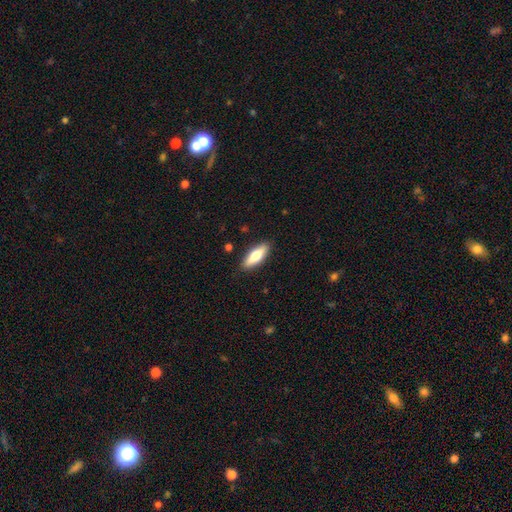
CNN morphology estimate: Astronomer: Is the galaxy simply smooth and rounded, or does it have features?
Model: smooth — 71%.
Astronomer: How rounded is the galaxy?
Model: in between — 60% (runner-up: cigar-shaped, 38%).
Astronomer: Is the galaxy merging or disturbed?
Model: none — 88%.